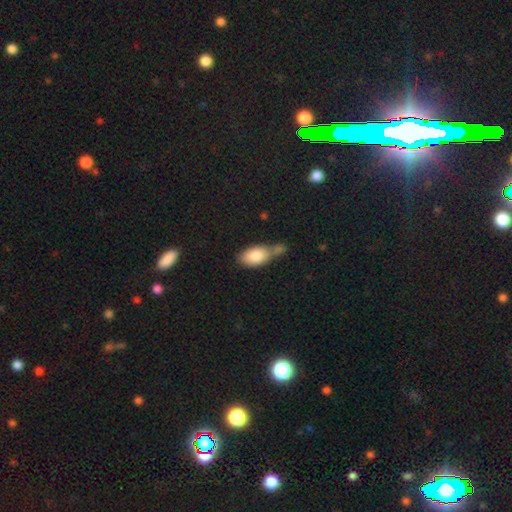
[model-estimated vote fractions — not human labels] This appears to be a smooth galaxy with no disk features (81%) that is in between round and cigar-shaped (90%). Merging: merger (37%).